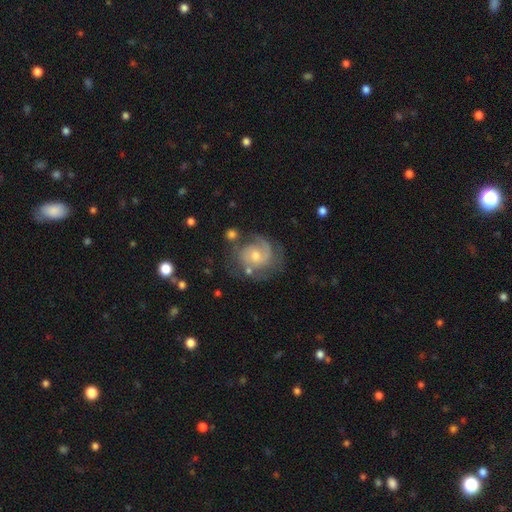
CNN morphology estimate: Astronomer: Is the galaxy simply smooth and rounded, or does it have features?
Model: featured or disk — 81%.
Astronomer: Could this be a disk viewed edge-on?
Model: no — 98%.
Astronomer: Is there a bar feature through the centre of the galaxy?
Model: no — 69%.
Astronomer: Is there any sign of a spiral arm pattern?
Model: yes — 94%.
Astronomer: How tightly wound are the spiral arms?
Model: tight — 49% (runner-up: medium, 38%).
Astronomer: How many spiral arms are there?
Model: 2 — 47%.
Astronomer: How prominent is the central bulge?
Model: moderate — 50% (runner-up: small, 44%).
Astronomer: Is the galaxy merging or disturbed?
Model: none — 66%.